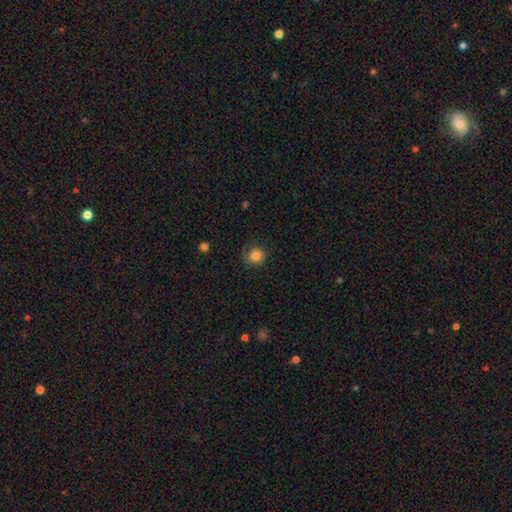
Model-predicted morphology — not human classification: Smooth or featured?
  - smooth: 83% *
  - star or artifact: 10%
  - featured or disk: 6%
How rounded?
  - round: 89% *
  - in between: 11%
  - cigar-shaped: 1%
Merging?
  - none: 74% *
  - minor disturbance: 18%
  - major disturbance: 7%
  - merger: 1%